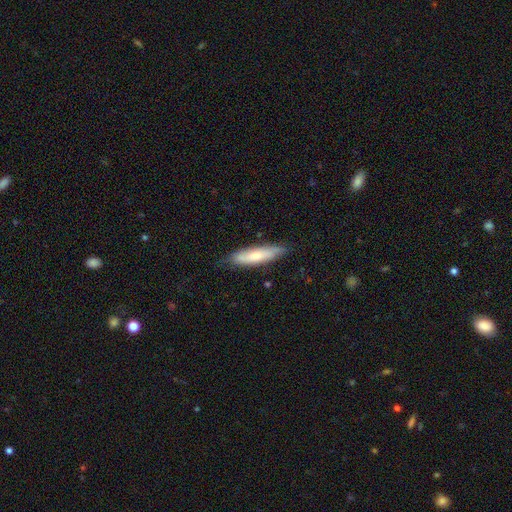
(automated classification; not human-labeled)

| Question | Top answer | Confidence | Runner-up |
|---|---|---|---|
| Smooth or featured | smooth | 69% | featured or disk (25%) |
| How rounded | cigar-shaped | 71% | in between (28%) |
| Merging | none | 78% | minor disturbance (18%) |